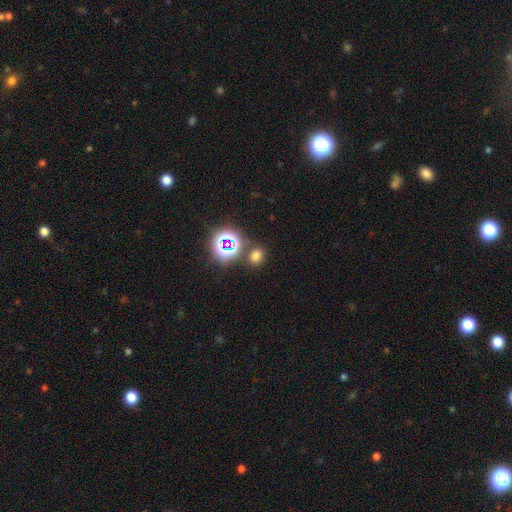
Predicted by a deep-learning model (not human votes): This appears to be a smooth galaxy with no disk features (64%) that is round (55%). Merging: none (77%).